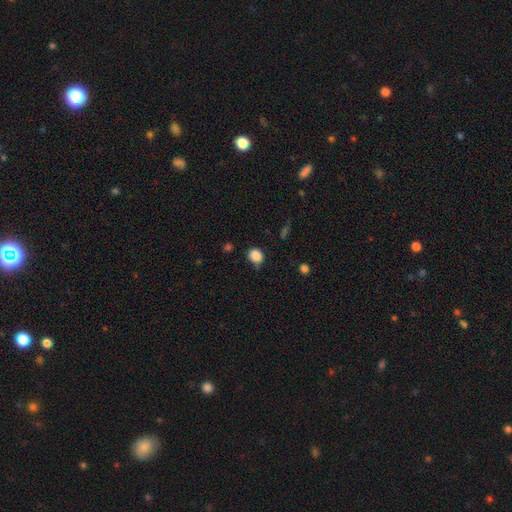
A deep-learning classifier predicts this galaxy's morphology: smooth_or_featured: smooth (p=0.87) [alt: star or artifact p=0.10]
how_rounded: round (p=0.67) [alt: in between p=0.32]
merging: none (p=0.68) [alt: minor disturbance p=0.24]